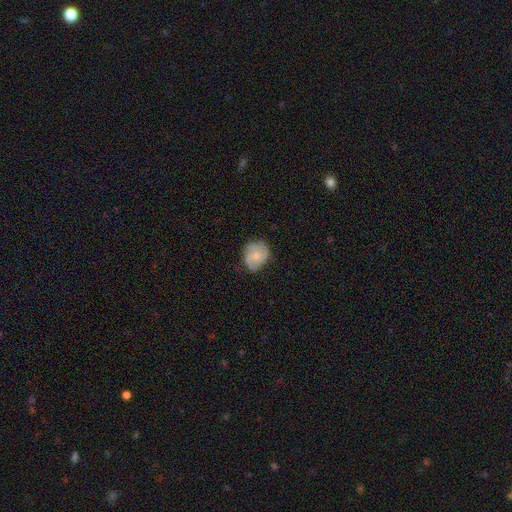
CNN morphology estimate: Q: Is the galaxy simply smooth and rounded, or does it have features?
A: featured or disk — 53%.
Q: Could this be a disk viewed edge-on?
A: no — 97%.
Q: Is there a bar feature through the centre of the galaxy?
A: no — 79%.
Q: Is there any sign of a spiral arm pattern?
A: yes — 82%.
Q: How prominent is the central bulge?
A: small — 52%.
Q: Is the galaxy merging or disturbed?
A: none — 66%.